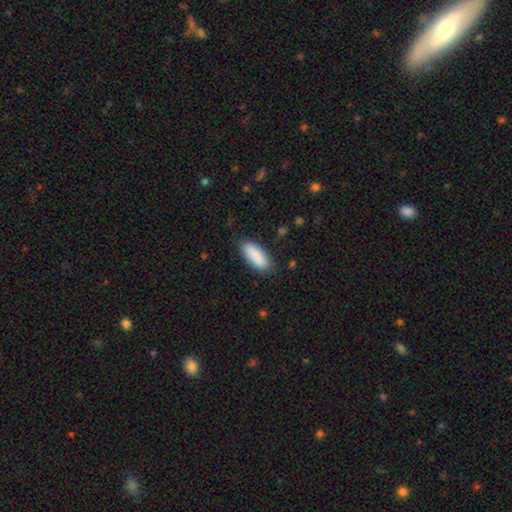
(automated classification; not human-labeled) The model was most divided on "how rounded": in between: 79%, cigar-shaped: 19%, round: 2%. More confident: smooth or featured — smooth (90%); merging — none (84%).